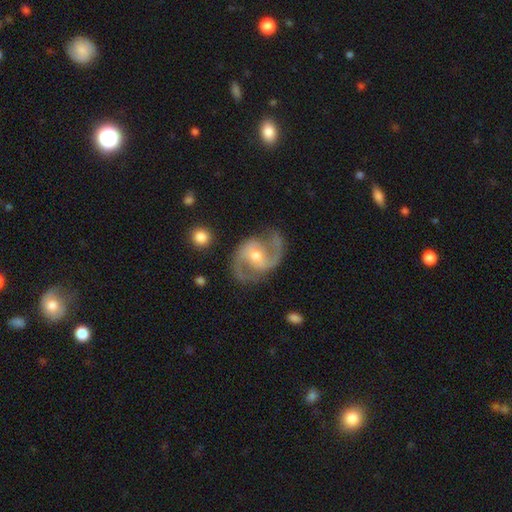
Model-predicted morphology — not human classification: Smooth or featured? featured or disk (91%)
Edge-on disk? no (98%)
Bar? weak (47%)
Spiral arms? yes (97%)
Spiral winding? medium (62%)
Spiral arm count? 2 (93%)
Bulge size? moderate (64%)
Merging? none (77%)